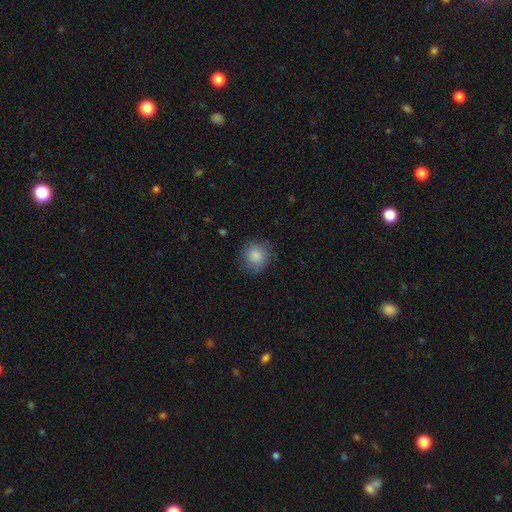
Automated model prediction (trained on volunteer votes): The model was most divided on "merging": none: 78%, minor disturbance: 16%, major disturbance: 5%, merger: 1%. More confident: how rounded — round (86%); smooth or featured — smooth (85%).